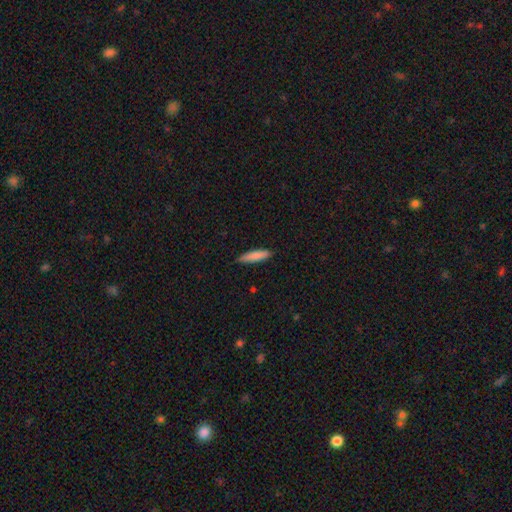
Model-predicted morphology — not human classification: Q: Smooth or featured?
A: smooth (83%); runner-up: featured or disk (11%)
Q: How rounded?
A: cigar-shaped (78%); runner-up: in between (20%)
Q: Merging?
A: none (86%); runner-up: minor disturbance (11%)